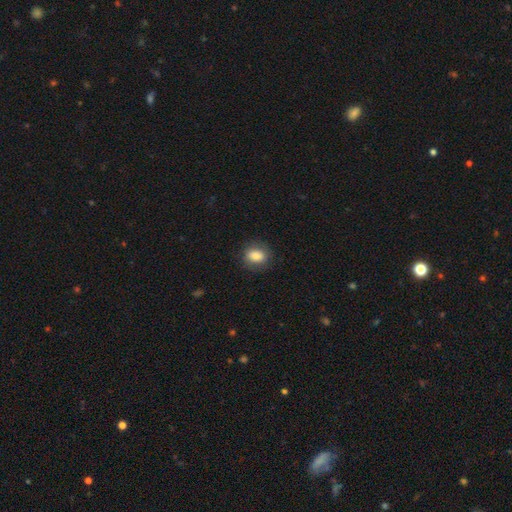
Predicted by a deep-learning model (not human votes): Smooth or featured?
  - smooth: 83% *
  - featured or disk: 9%
  - star or artifact: 8%
How rounded?
  - in between: 55% *
  - round: 44%
  - cigar-shaped: 1%
Merging?
  - none: 83% *
  - minor disturbance: 12%
  - major disturbance: 4%
  - merger: 1%